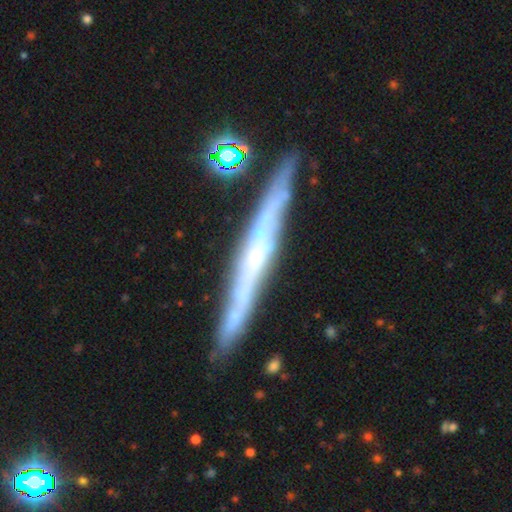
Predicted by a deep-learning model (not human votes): A featured or disk galaxy (75%) viewed edge-on (92%) with no central bulge (70%).

Vote fractions:
- Smooth or featured? featured or disk: 75% / smooth: 17% / star or artifact: 8%
- Edge-on disk? yes: 92% / no: 8%
- Edge-on bulge? none: 70% / rounded: 24% / boxy: 7%
- Merging? none: 84% / minor disturbance: 11% / merger: 2% / major disturbance: 2%